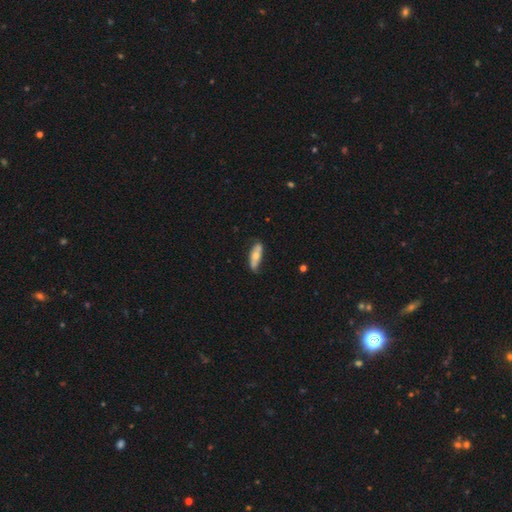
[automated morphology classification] Q: Smooth or featured?
A: smooth (55%); runner-up: featured or disk (40%)
Q: How rounded?
A: in between (55%); runner-up: cigar-shaped (43%)
Q: Merging?
A: none (73%); runner-up: minor disturbance (21%)